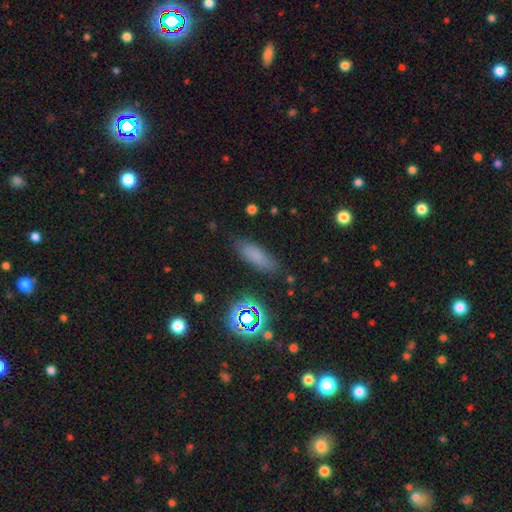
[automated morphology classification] Smooth or featured? smooth (74%)
How rounded? in between (55%)
Merging? none (80%)